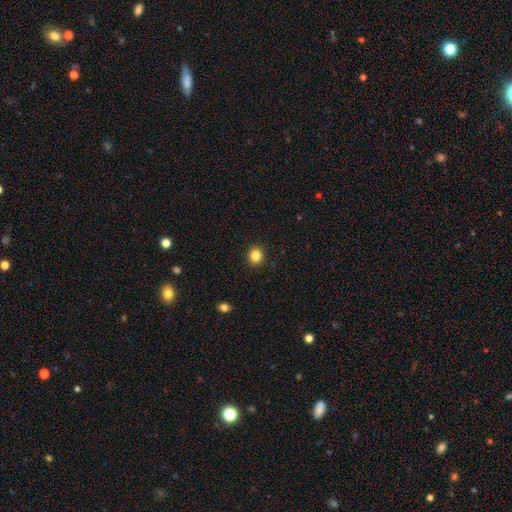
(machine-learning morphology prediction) Overall: smooth (85%). How rounded: round (80%). Merging: none (92%).